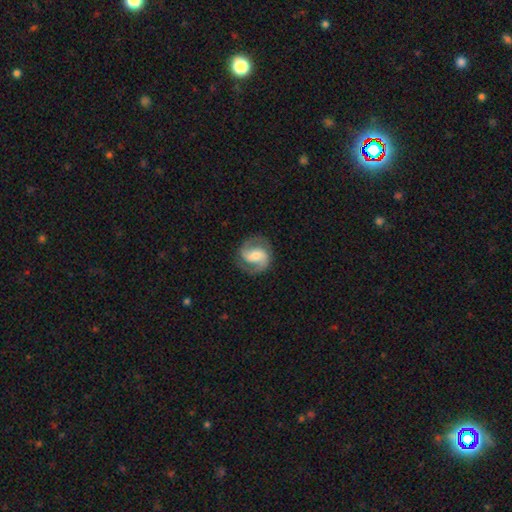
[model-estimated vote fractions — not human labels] Smooth or featured: featured or disk — 82% (smooth — 13%)
Edge-on disk: no — 98% (yes — 2%)
Bar: weak — 43% (no — 33%)
Spiral arms: yes — 95% (no — 5%)
Spiral winding: medium — 52% (tight — 27%)
Spiral arm count: 2 — 91% (can't tell — 3%)
Bulge size: moderate — 53% (small — 37%)
Merging: none — 82% (minor disturbance — 12%)